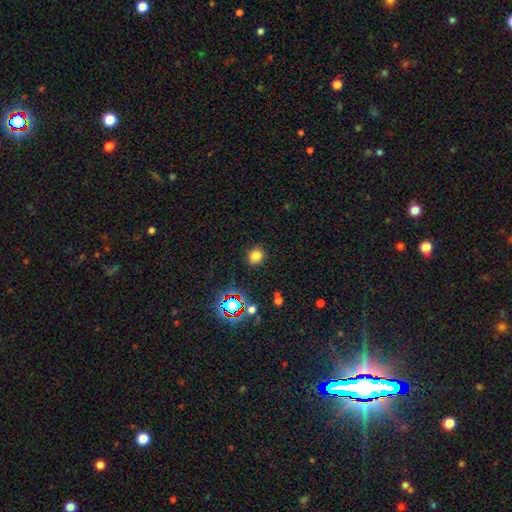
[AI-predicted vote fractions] The model was most divided on "smooth or featured": smooth: 75%, star or artifact: 18%, featured or disk: 7%. More confident: merging — none (87%); how rounded — round (81%).